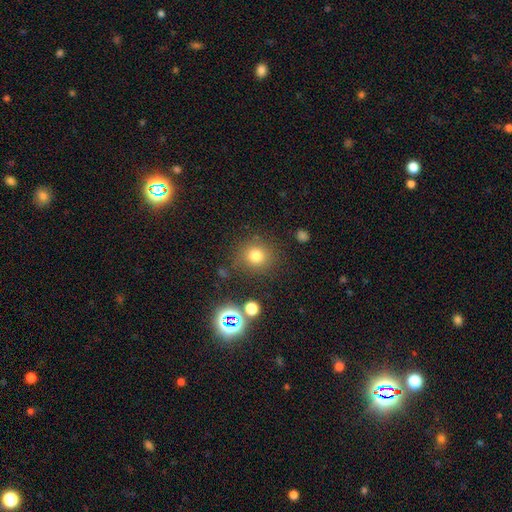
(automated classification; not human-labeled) This appears to be a smooth galaxy with no disk features (75%) that is round (87%). Merging: none (81%).